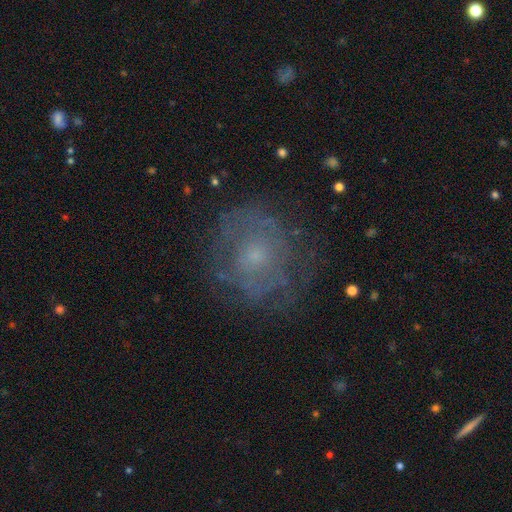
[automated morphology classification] type=featured or disk (57%); edge-on=no (97%); bar=no (84%); spiral arms=yes (54%); bulge=small (60%); merging=none (71%).